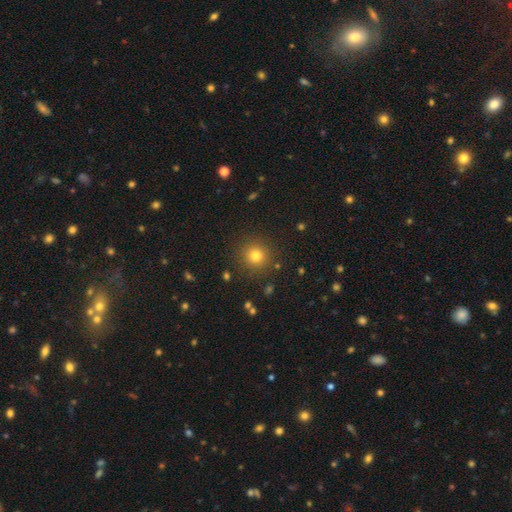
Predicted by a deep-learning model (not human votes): This appears to be a smooth galaxy with no disk features (78%) that is round (93%). Merging: none (89%).